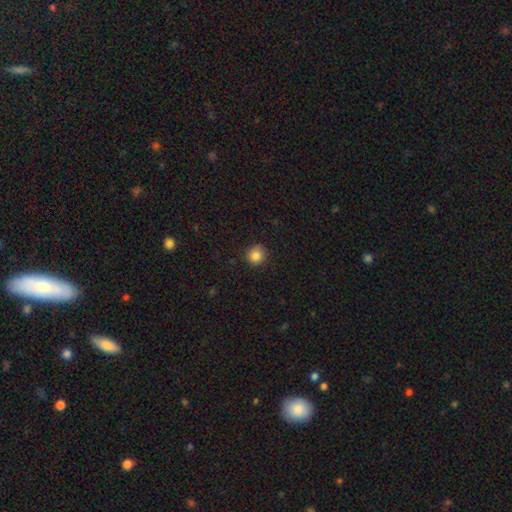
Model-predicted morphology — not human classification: Smooth or featured: smooth — 85% (star or artifact — 10%)
How rounded: round — 90% (in between — 9%)
Merging: none — 86% (minor disturbance — 11%)